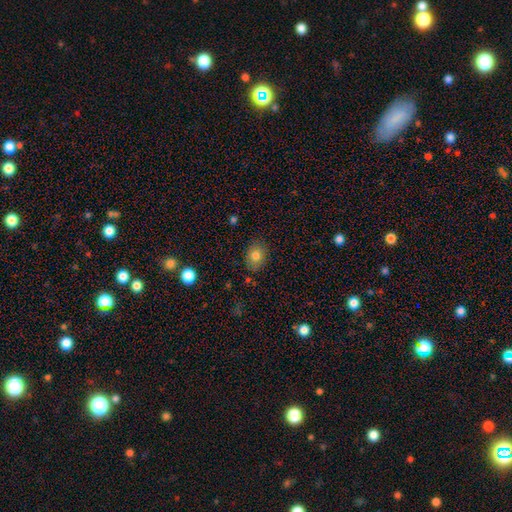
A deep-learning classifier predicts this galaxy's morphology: smooth_or_featured: smooth (p=0.81) [alt: star or artifact p=0.10]
how_rounded: in between (p=0.55) [alt: round p=0.44]
merging: none (p=0.82) [alt: minor disturbance p=0.13]